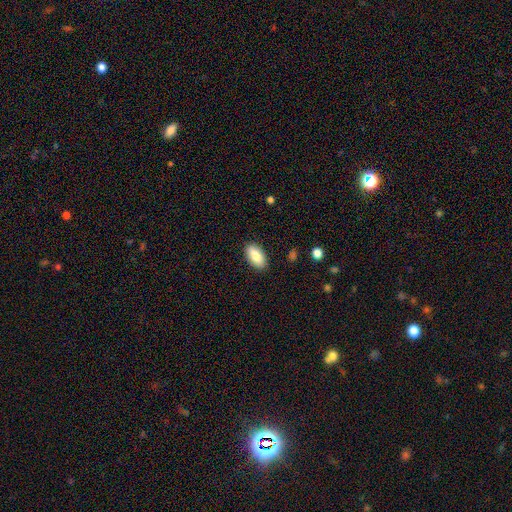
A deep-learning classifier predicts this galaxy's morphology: Smooth or featured? Predicted: smooth (p=0.83). How rounded? Predicted: in between (p=0.92). Merging? Predicted: none (p=0.88).